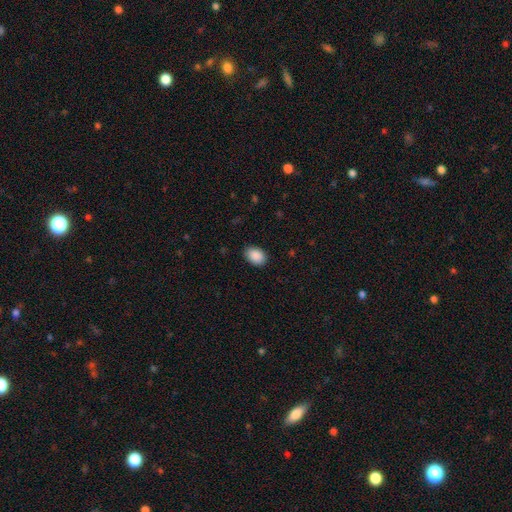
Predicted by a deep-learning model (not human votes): A smooth galaxy with no disk features (90%) that is in between round and cigar-shaped (75%).

Vote fractions:
- Smooth or featured? smooth: 90% / star or artifact: 7% / featured or disk: 3%
- How rounded? in between: 75% / round: 24% / cigar-shaped: 1%
- Merging? none: 86% / minor disturbance: 11% / major disturbance: 2% / merger: 1%